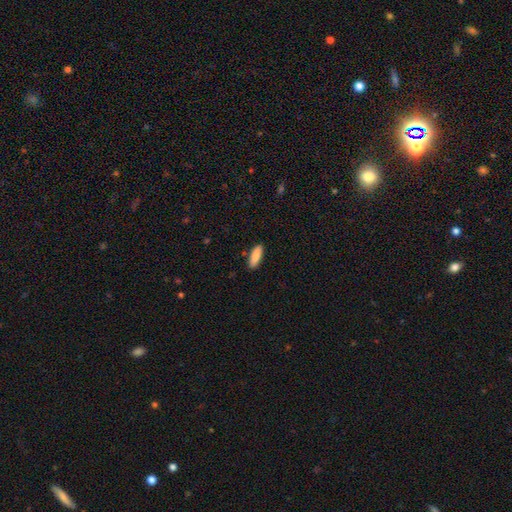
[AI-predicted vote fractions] Q: Smooth or featured?
A: smooth (88%); runner-up: featured or disk (6%)
Q: How rounded?
A: in between (56%); runner-up: cigar-shaped (43%)
Q: Merging?
A: none (88%); runner-up: minor disturbance (9%)